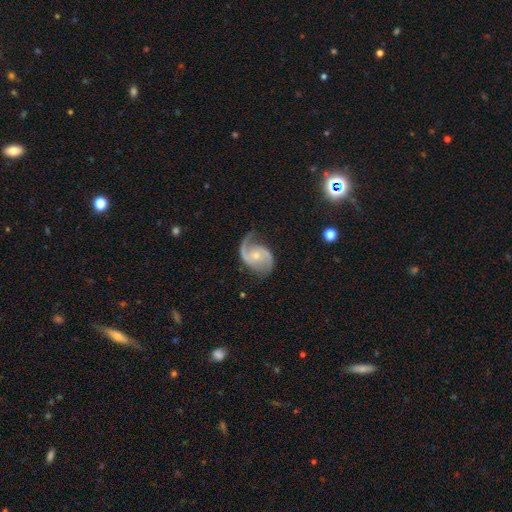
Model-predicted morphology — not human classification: featured or disk 91%, smooth 5%, star or artifact 4%. Down the decision tree: edge-on disk — no (98%); bar — no (61%); spiral arms — yes (98%); spiral arm count — 2 (89%); spiral winding — medium (54%); bulge size — small (56%); merging — none (68%).